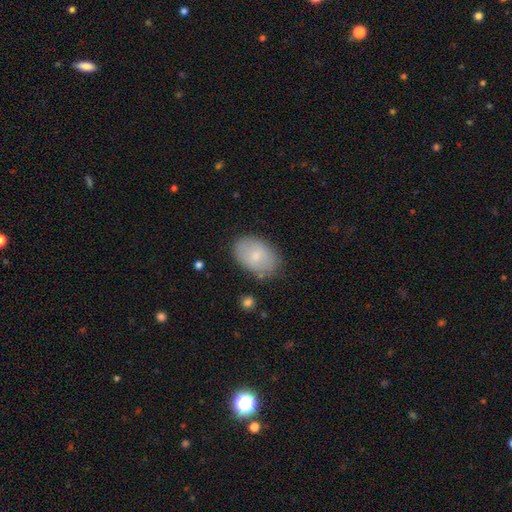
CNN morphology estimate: This appears to be a smooth galaxy with no disk features (76%) that is in between round and cigar-shaped (88%). Merging: none (79%).